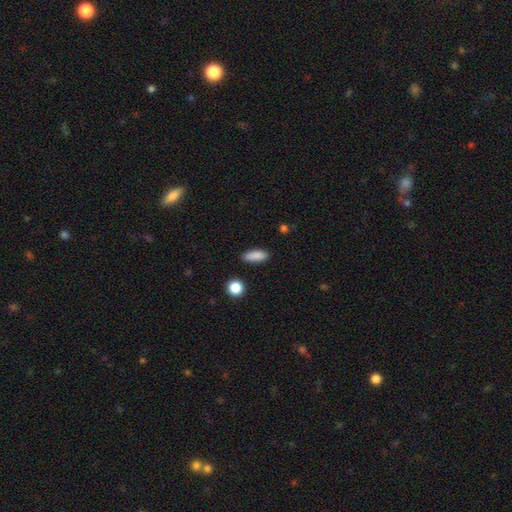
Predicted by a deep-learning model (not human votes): Q: Smooth or featured?
A: smooth (88%); runner-up: star or artifact (8%)
Q: How rounded?
A: in between (68%); runner-up: cigar-shaped (29%)
Q: Merging?
A: none (86%); runner-up: minor disturbance (10%)